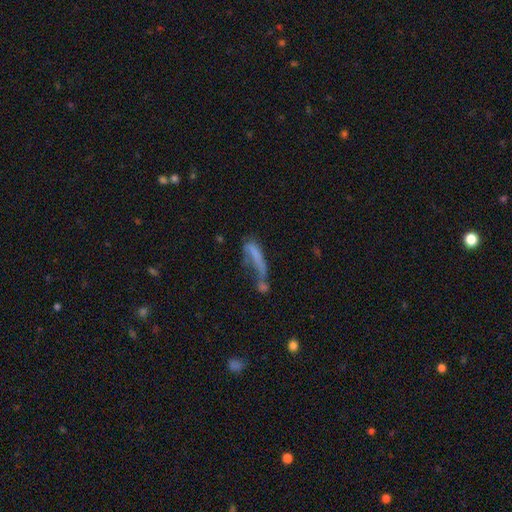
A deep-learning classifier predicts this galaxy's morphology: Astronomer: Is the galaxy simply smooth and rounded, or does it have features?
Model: smooth — 53% (runner-up: featured or disk, 34%).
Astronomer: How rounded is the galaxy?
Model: cigar-shaped — 72%.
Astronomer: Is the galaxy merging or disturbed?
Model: merger — 34% (runner-up: major disturbance, 30%).